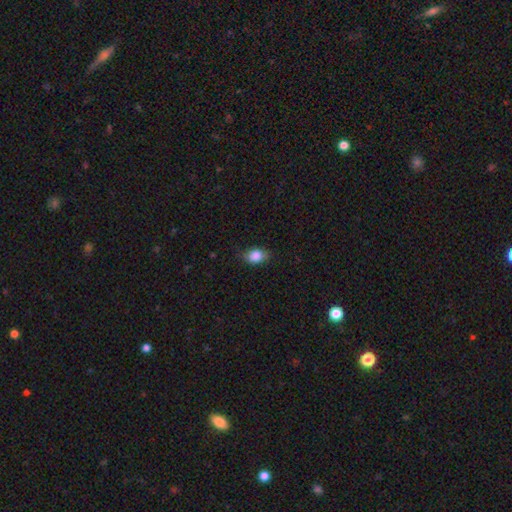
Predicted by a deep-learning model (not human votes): A smooth galaxy with no disk features (85%) that is in between round and cigar-shaped (76%). Merging: none (72%).